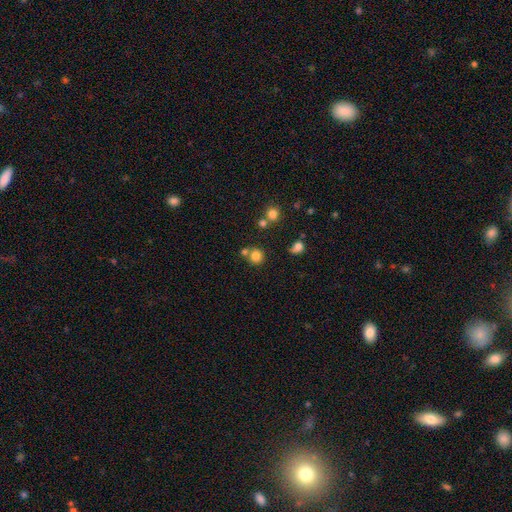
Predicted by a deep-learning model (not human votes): This appears to be a smooth galaxy with no disk features (79%) that is round (90%). Merging: none (67%).